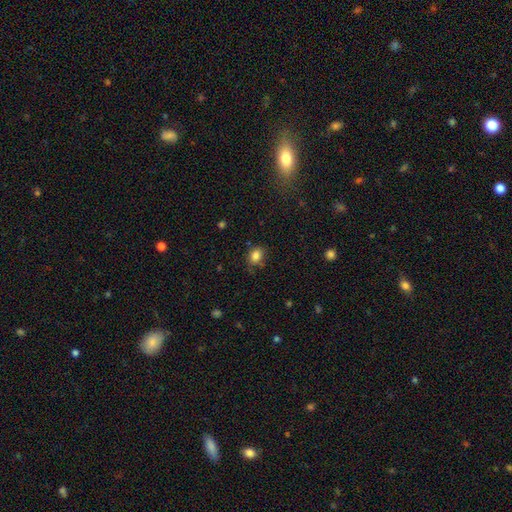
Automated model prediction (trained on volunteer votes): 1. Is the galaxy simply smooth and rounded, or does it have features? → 84% smooth, 11% star or artifact, 6% featured or disk.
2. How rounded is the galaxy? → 56% in between, 43% round, 1% cigar-shaped.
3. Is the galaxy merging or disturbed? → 72% none, 21% minor disturbance, 5% major disturbance, 3% merger.